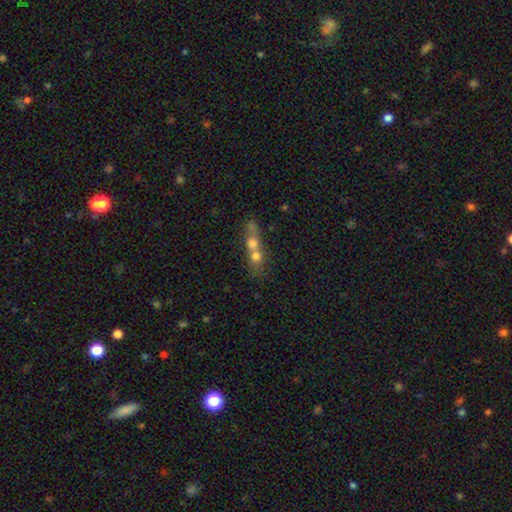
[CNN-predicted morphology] Smooth or featured: smooth — 62% (featured or disk — 26%)
How rounded: round — 58% (in between — 31%)
Merging: merger — 73% (none — 18%)